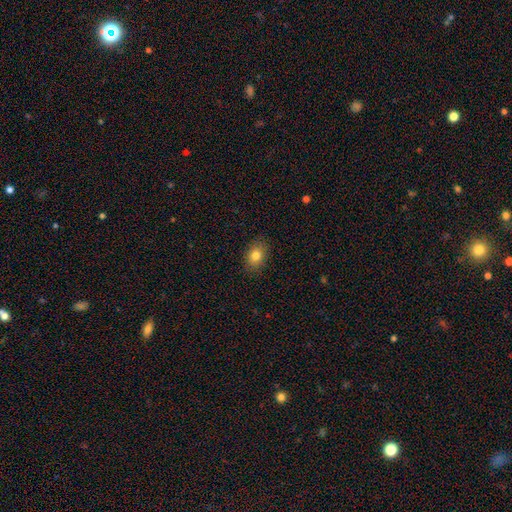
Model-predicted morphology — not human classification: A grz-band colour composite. It shows a smooth galaxy with no disk features (81%) that is in between round and cigar-shaped (76%). Merging: none (88%).